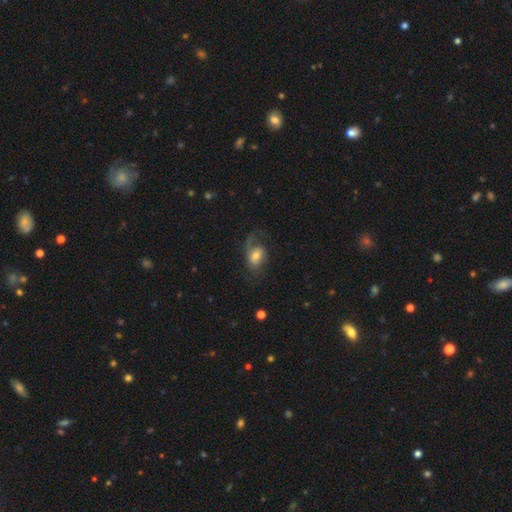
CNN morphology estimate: Smooth or featured?
  - featured or disk: 49% *
  - smooth: 42%
  - star or artifact: 9%
Merging?
  - none: 48% *
  - major disturbance: 29%
  - minor disturbance: 21%
  - merger: 2%